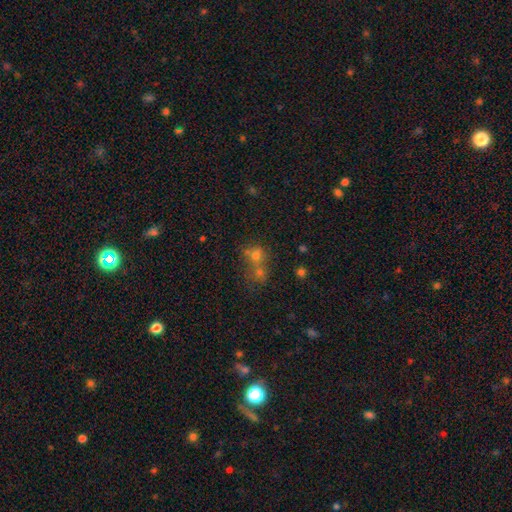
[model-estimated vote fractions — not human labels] A smooth galaxy with no disk features (59%) that is round (76%).

Vote fractions:
- Smooth or featured? smooth: 59% / star or artifact: 26% / featured or disk: 16%
- How rounded? round: 76% / in between: 22% / cigar-shaped: 1%
- Merging? merger: 54% / none: 35% / minor disturbance: 7% / major disturbance: 4%